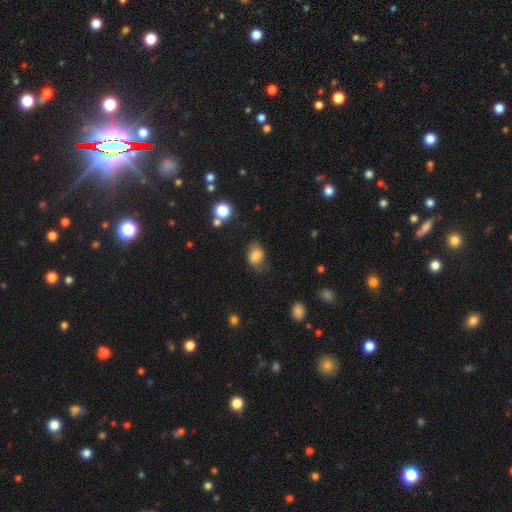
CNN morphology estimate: Q: Smooth or featured?
A: smooth (80%); runner-up: featured or disk (11%)
Q: How rounded?
A: in between (74%); runner-up: round (24%)
Q: Merging?
A: none (59%); runner-up: minor disturbance (28%)